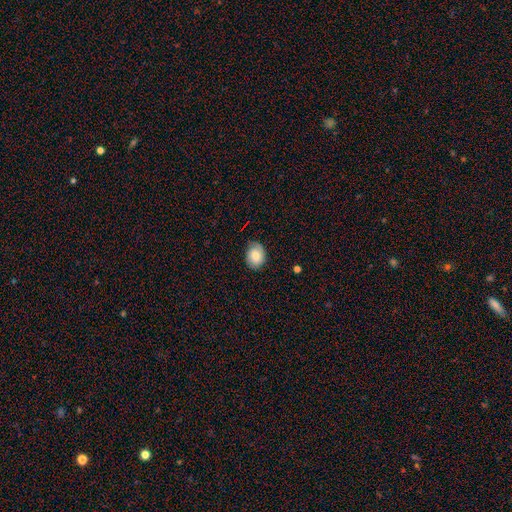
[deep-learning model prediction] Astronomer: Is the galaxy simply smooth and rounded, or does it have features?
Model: smooth — 74%.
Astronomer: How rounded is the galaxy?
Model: in between — 59% (runner-up: round, 40%).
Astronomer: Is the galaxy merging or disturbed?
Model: none — 69%.